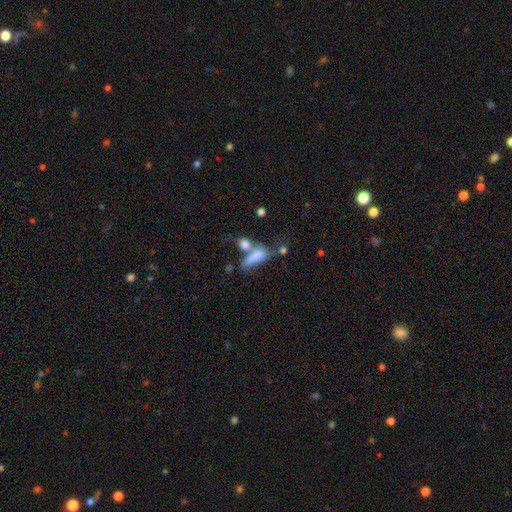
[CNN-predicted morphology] This appears to be a smooth galaxy with no disk features (70%) that is in between round and cigar-shaped (62%). Merging: merger (46%).